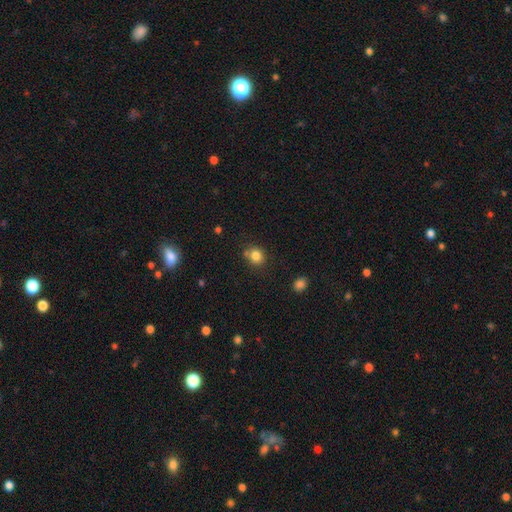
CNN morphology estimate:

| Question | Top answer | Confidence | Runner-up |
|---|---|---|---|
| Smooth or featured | smooth | 82% | star or artifact (12%) |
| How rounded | round | 77% | in between (22%) |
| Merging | none | 70% | minor disturbance (14%) |